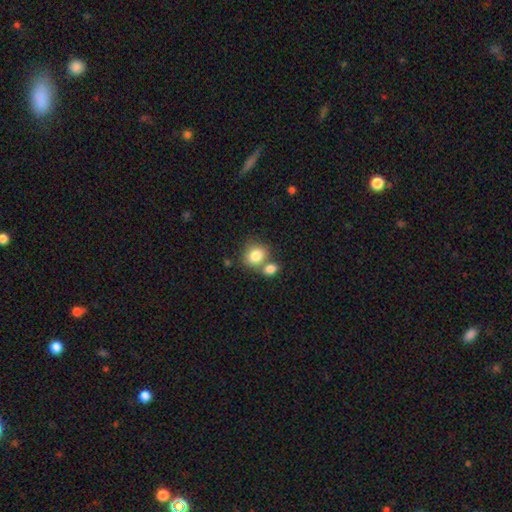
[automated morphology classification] This is clearly a smooth galaxy (82%). How rounded: likely round (60%). Merging: marginally none (45%).